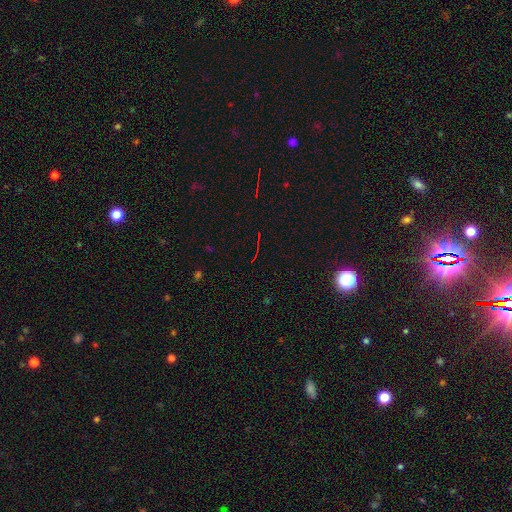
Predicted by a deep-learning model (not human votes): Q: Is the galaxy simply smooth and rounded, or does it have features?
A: star or artifact — 77%.